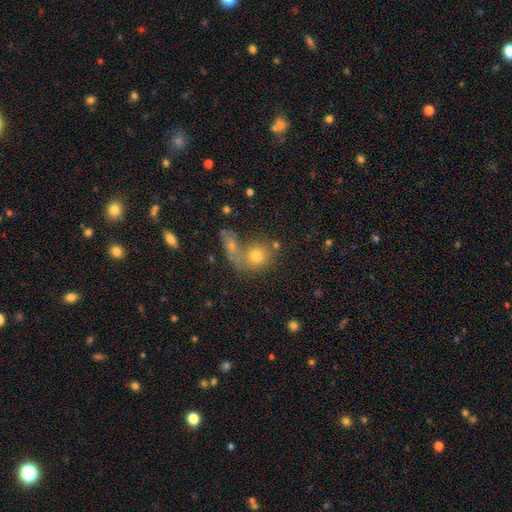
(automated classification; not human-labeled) Overall: smooth (71%). How rounded: round (75%). Merging: none (45%; merger 40%).